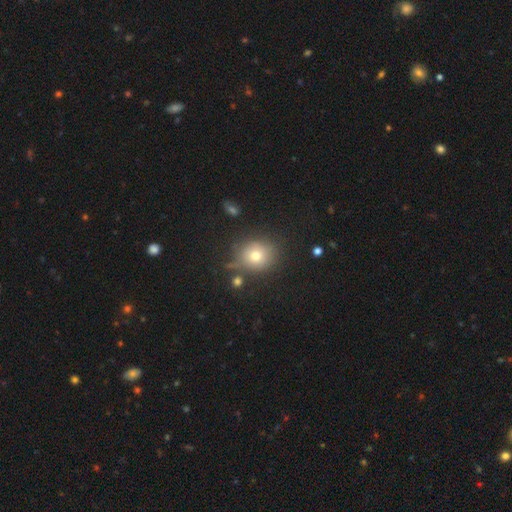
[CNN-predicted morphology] A smooth galaxy with no disk features (71%) that is round (84%).

Vote fractions:
- Smooth or featured? smooth: 71% / star or artifact: 17% / featured or disk: 12%
- How rounded? round: 84% / in between: 15% / cigar-shaped: 1%
- Merging? none: 77% / minor disturbance: 13% / merger: 5% / major disturbance: 5%